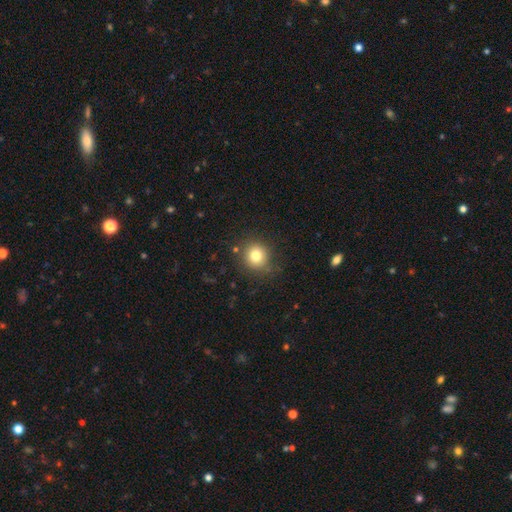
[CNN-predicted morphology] Smooth or featured? Predicted: smooth (p=0.79). How rounded? Predicted: round (p=0.90). Merging? Predicted: none (p=0.84).